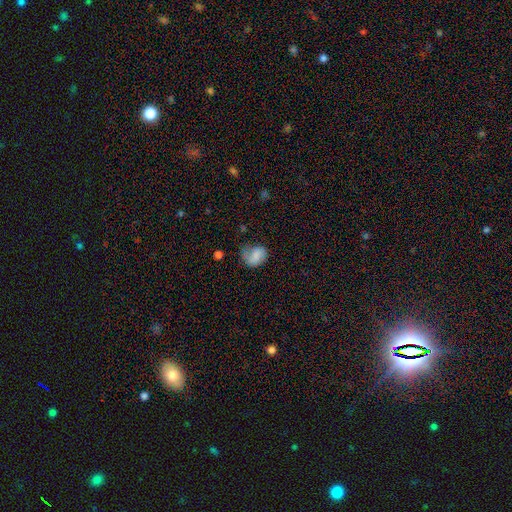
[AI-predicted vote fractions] The model was most divided on "how rounded": round: 53%, in between: 46%, cigar-shaped: 1%. Remaining: smooth or featured — smooth (63%); merging — none (42%).